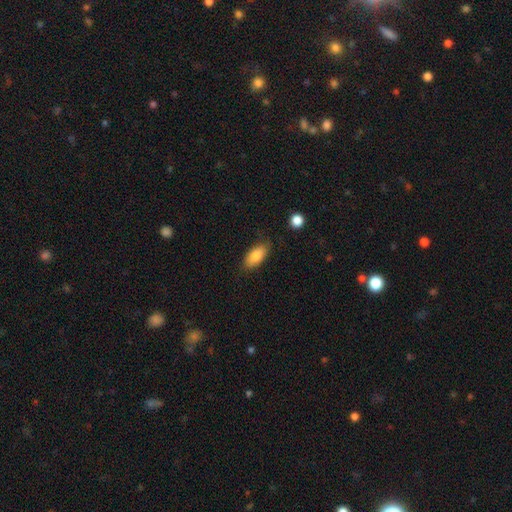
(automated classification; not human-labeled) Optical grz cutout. It shows a smooth galaxy with no disk features (84%) that is in between round and cigar-shaped (89%). Merging: none (79%).